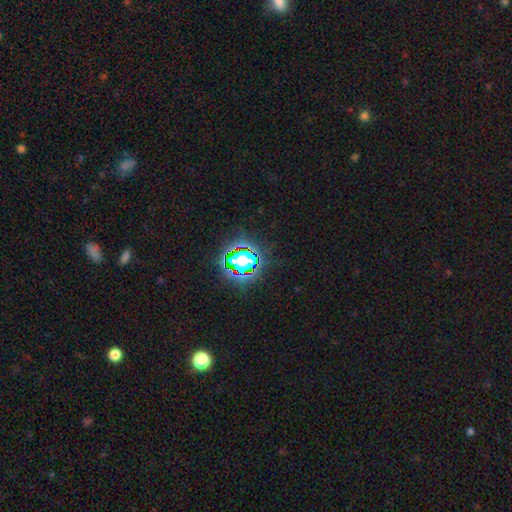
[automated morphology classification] Smooth or featured? star or artifact (79%)